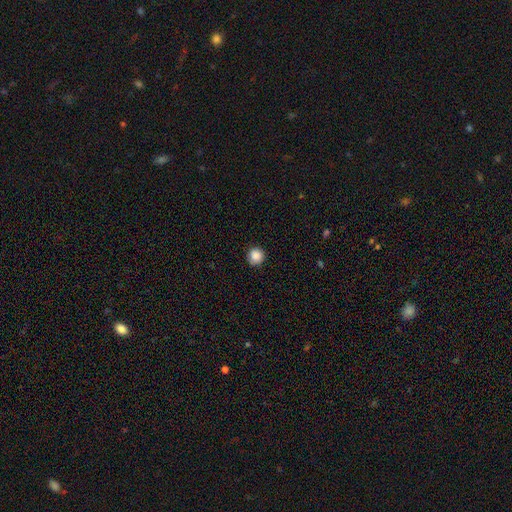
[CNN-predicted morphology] Q: Smooth or featured?
A: smooth (87%); runner-up: star or artifact (10%)
Q: How rounded?
A: round (94%); runner-up: in between (5%)
Q: Merging?
A: none (89%); runner-up: minor disturbance (8%)